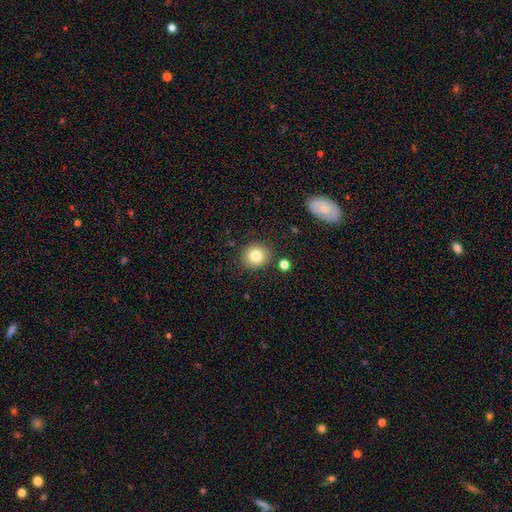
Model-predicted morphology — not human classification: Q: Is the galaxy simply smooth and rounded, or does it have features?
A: smooth — 81%.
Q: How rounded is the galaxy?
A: round — 83%.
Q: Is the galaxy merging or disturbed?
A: none — 86%.